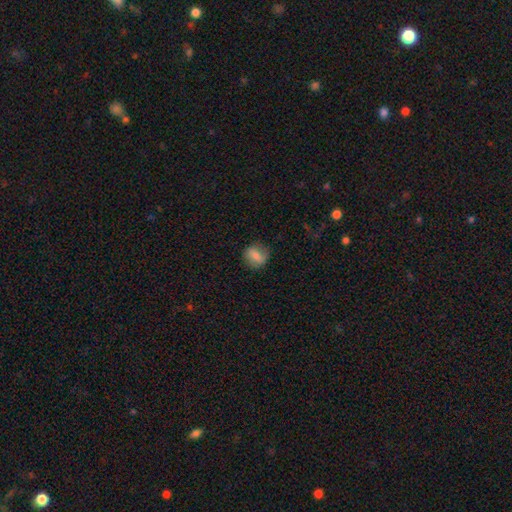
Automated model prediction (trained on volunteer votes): This appears to be a smooth galaxy with no disk features (73%) that is round (66%). Merging: none (78%).